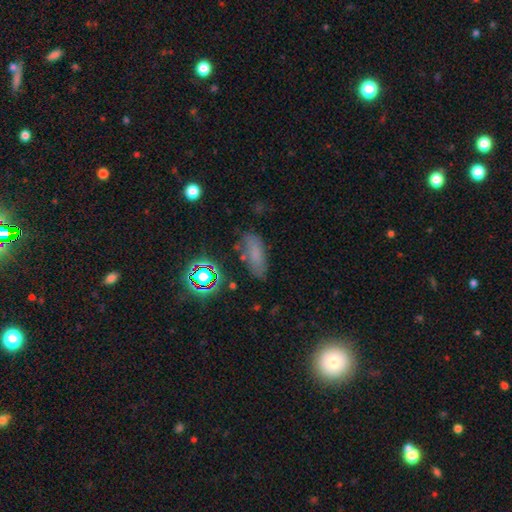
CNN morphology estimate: A smooth galaxy with no disk features (69%) that is in between round and cigar-shaped (74%).

Vote fractions:
- Smooth or featured? smooth: 69% / star or artifact: 18% / featured or disk: 13%
- How rounded? in between: 74% / cigar-shaped: 22% / round: 5%
- Merging? none: 68% / minor disturbance: 21% / major disturbance: 7% / merger: 5%